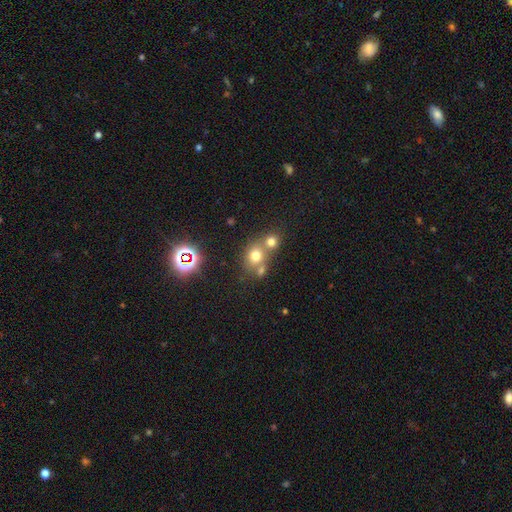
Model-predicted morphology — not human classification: smooth 69%, star or artifact 20%, featured or disk 12%. Down the decision tree: how rounded — round (76%); merging — none (46%).